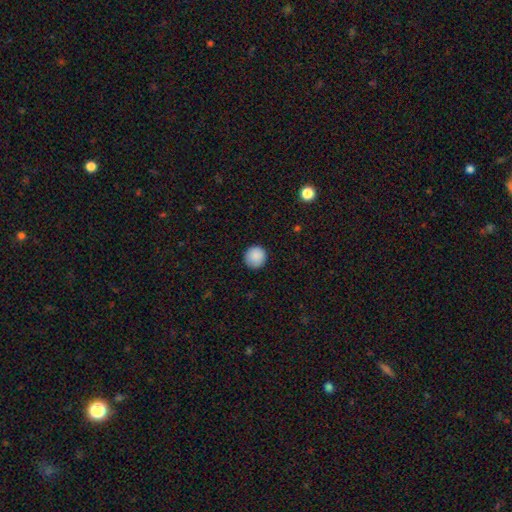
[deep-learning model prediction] Smooth or featured? smooth (89%)
How rounded? round (95%)
Merging? none (91%)